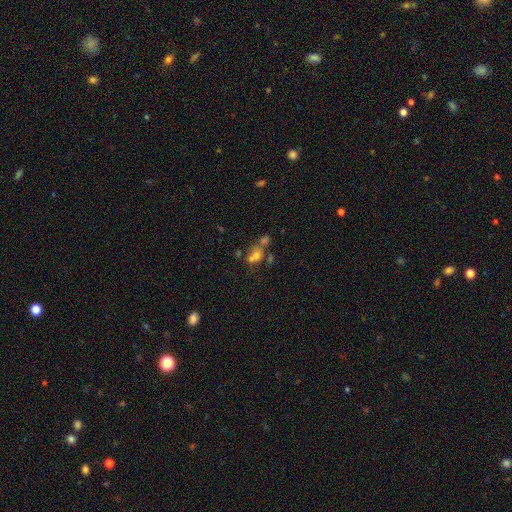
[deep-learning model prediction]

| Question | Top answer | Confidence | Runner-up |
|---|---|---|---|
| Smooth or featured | smooth | 57% | featured or disk (22%) |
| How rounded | round | 52% | in between (45%) |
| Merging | merger | 48% | none (33%) |